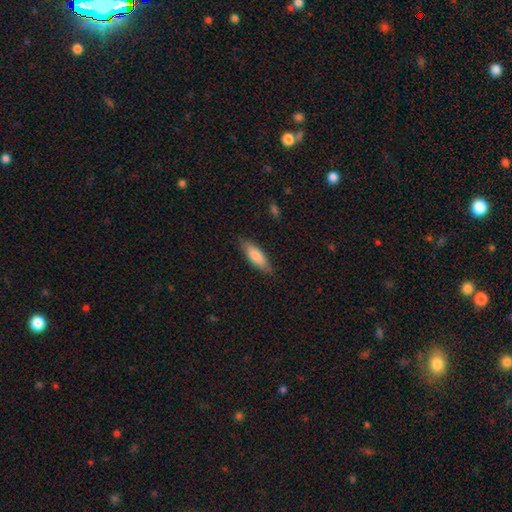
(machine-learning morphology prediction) This appears to be a smooth galaxy with no disk features (80%) that is in between round and cigar-shaped (57%). Merging: none (84%).